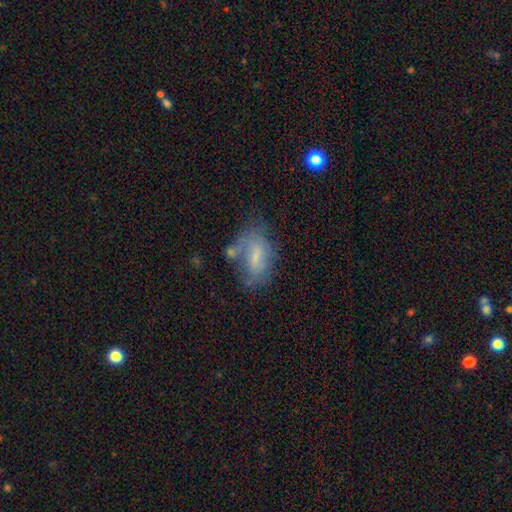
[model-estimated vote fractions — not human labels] The model was most divided on "smooth or featured": smooth: 53%, featured or disk: 37%, star or artifact: 10%. Remaining: how rounded — in between (88%); merging — none (47%).